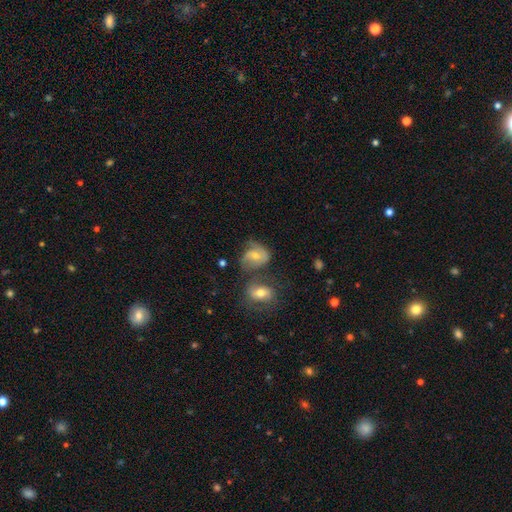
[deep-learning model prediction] A featured or disk galaxy (57%) with no bar (54%), spiral arms (84%) and a moderate central bulge (54%).

Vote fractions:
- Smooth or featured? featured or disk: 57% / smooth: 34% / star or artifact: 9%
- Edge-on disk? no: 97% / yes: 3%
- Bar? no: 54% / weak: 36% / strong: 10%
- Spiral arms? yes: 84% / no: 16%
- Bulge size? moderate: 54% / small: 40% / large: 3% / none: 3% / dominant: 1%
- Merging? none: 36% / merger: 29% / minor disturbance: 20% / major disturbance: 15%